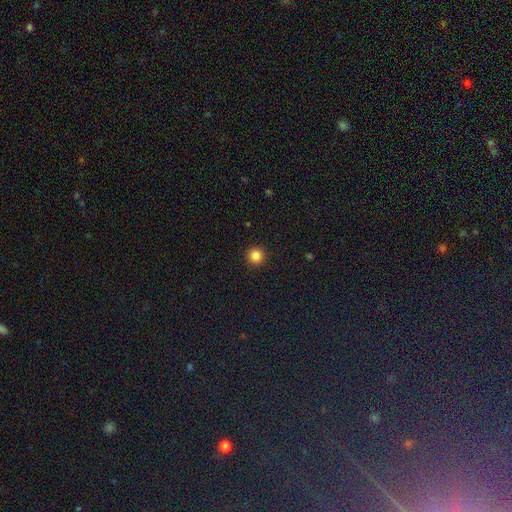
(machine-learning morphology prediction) Smooth or featured: smooth — 85% (star or artifact — 12%)
How rounded: round — 96% (in between — 4%)
Merging: none — 93% (minor disturbance — 4%)